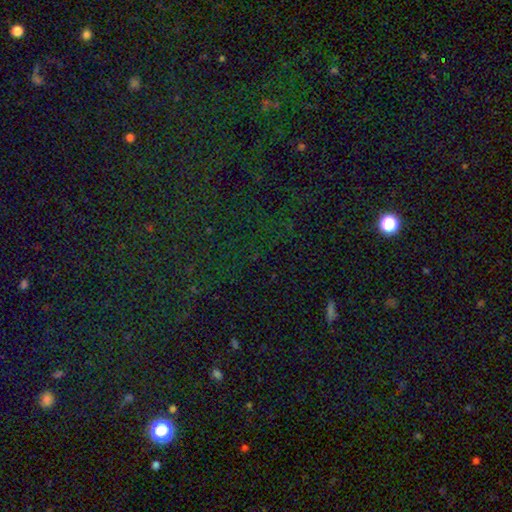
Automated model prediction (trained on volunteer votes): Q: Smooth or featured?
A: star or artifact (79%); runner-up: smooth (14%)